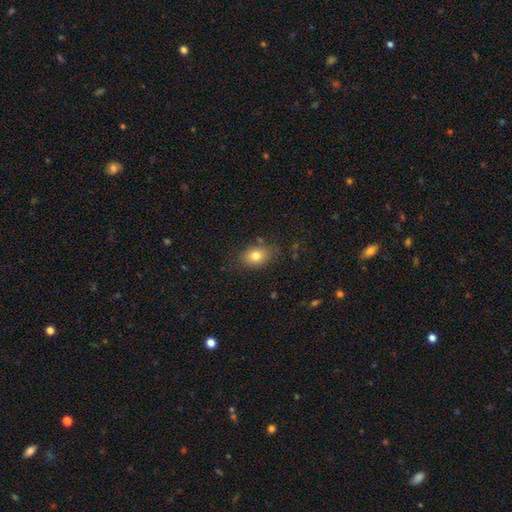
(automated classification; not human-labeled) Smooth or featured: smooth — 79% (featured or disk — 11%)
How rounded: in between — 77% (round — 22%)
Merging: none — 78% (minor disturbance — 16%)